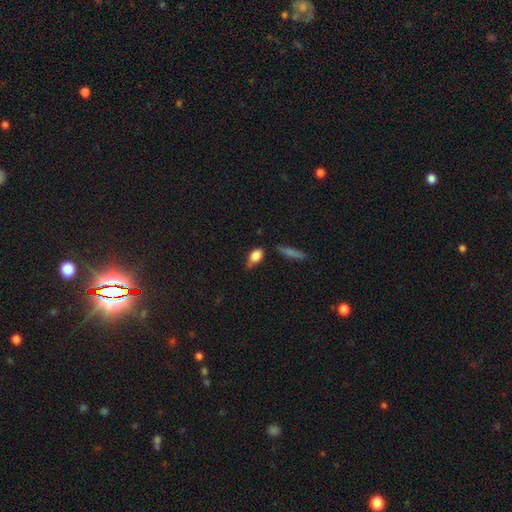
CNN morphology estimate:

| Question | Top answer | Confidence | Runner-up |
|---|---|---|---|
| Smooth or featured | smooth | 81% | featured or disk (11%) |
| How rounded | in between | 81% | round (11%) |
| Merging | none | 50% | minor disturbance (35%) |